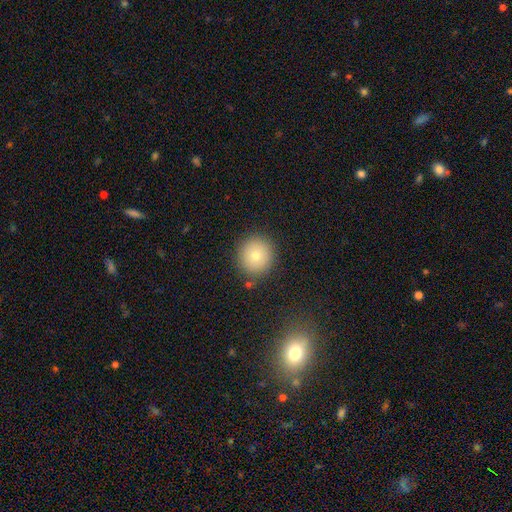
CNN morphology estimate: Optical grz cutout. It shows a smooth galaxy with no disk features (74%) that is round (93%). Merging: none (88%).